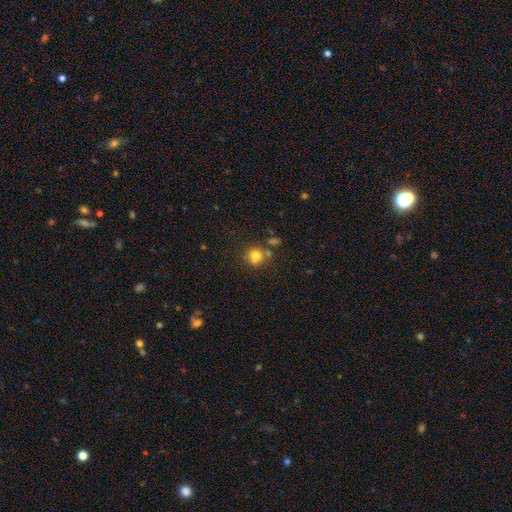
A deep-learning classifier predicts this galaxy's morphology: A smooth galaxy with no disk features (79%) that is round (88%). Merging: none (71%).